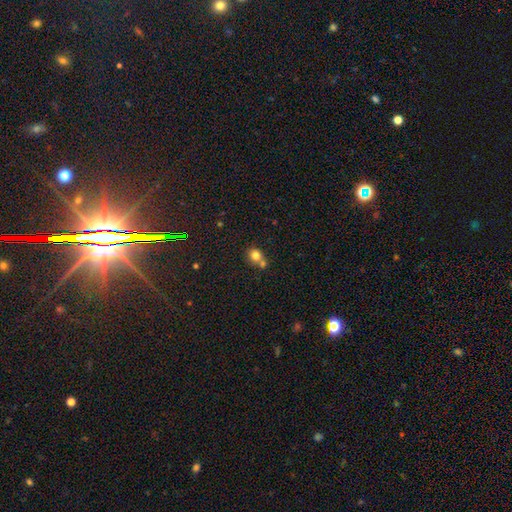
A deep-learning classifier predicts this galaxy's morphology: Smooth or featured? Predicted: smooth (p=0.78). How rounded? Predicted: round (p=0.73). Merging? Predicted: none (p=0.45).